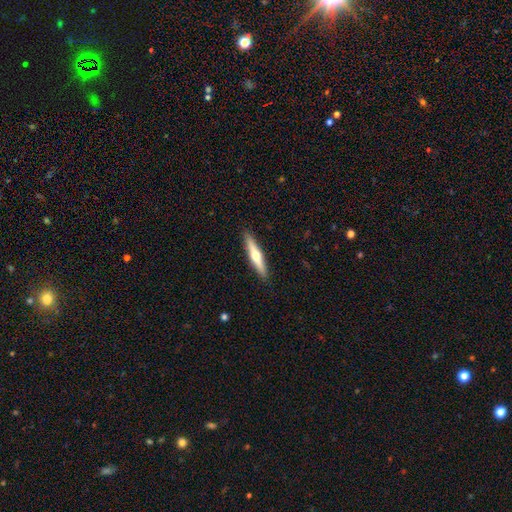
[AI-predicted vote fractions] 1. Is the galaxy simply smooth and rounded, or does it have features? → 57% featured or disk, 38% smooth, 5% star or artifact.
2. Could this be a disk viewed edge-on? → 96% yes, 4% no.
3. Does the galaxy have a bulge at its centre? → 92% rounded, 5% none, 2% boxy.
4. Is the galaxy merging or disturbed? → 91% none, 6% minor disturbance, 1% major disturbance, 1% merger.